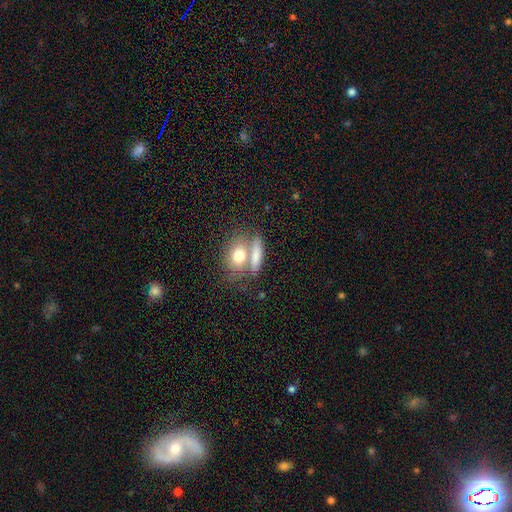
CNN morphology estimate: smooth_or_featured: smooth (p=0.74) [alt: featured or disk p=0.19]
how_rounded: in between (p=0.53) [alt: round p=0.27]
merging: none (p=0.43) [alt: merger p=0.42]